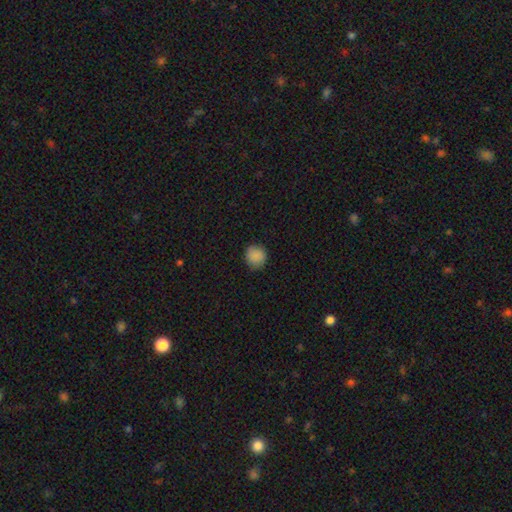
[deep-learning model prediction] smooth 88%, star or artifact 9%, featured or disk 3%. Down the decision tree: how rounded — round (90%); merging — none (87%).